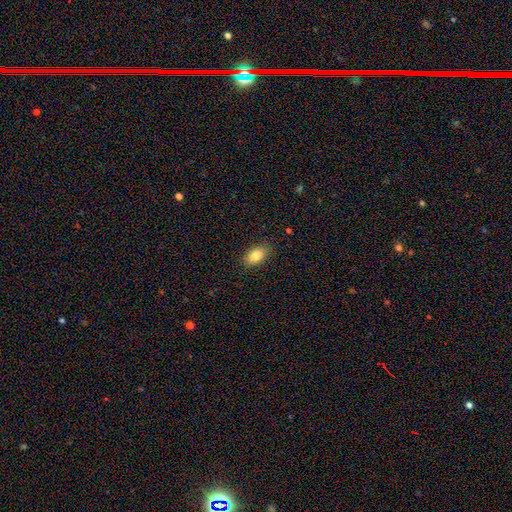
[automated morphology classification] Q: Smooth or featured?
A: smooth (83%); runner-up: featured or disk (9%)
Q: How rounded?
A: in between (89%); runner-up: round (9%)
Q: Merging?
A: none (87%); runner-up: minor disturbance (10%)